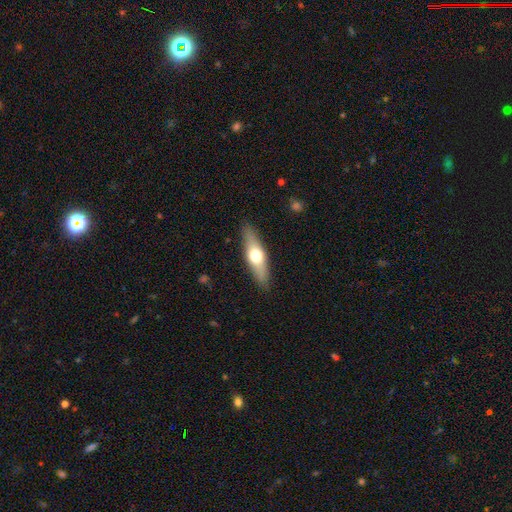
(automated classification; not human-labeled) This is possibly a smooth galaxy (50%). Merging: clearly none (88%).